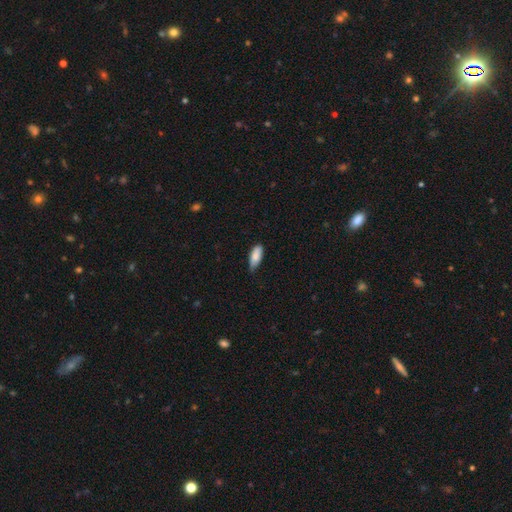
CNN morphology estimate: Smooth or featured: smooth — 85% (featured or disk — 9%)
How rounded: in between — 80% (cigar-shaped — 18%)
Merging: none — 58% (minor disturbance — 36%)